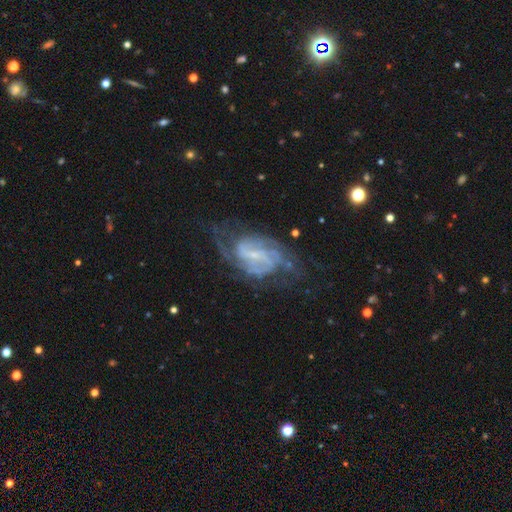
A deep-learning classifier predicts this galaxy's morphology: A featured or disk galaxy (85%) with a weak bar (51%), 2 (38%) medium (45%) spiral arms (94%) and a small central bulge (69%). Merging: none (59%).